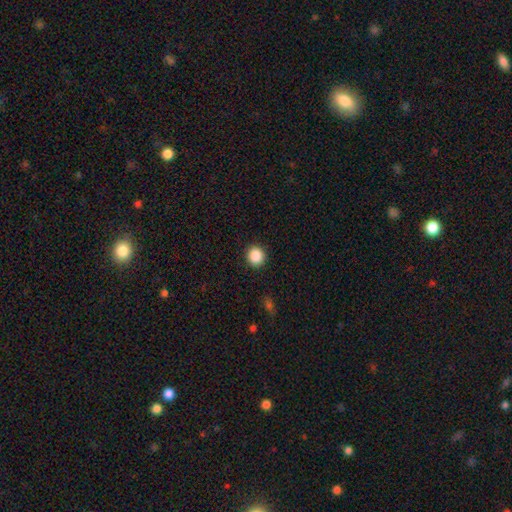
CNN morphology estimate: Smooth or featured: smooth — 88% (star or artifact — 9%)
How rounded: round — 91% (in between — 8%)
Merging: none — 92% (minor disturbance — 5%)